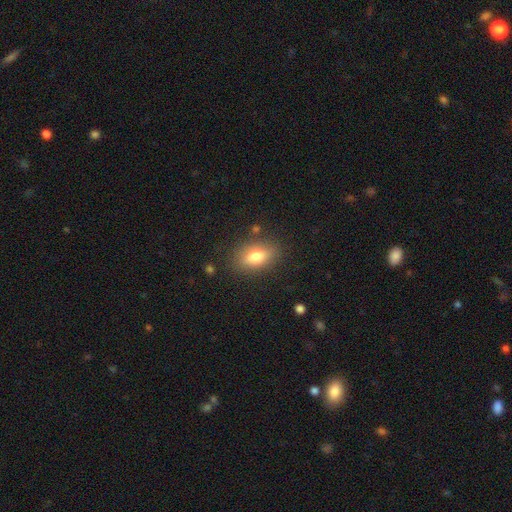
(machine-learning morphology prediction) Overall: smooth (77%). How rounded: in between (83%). Merging: none (82%).